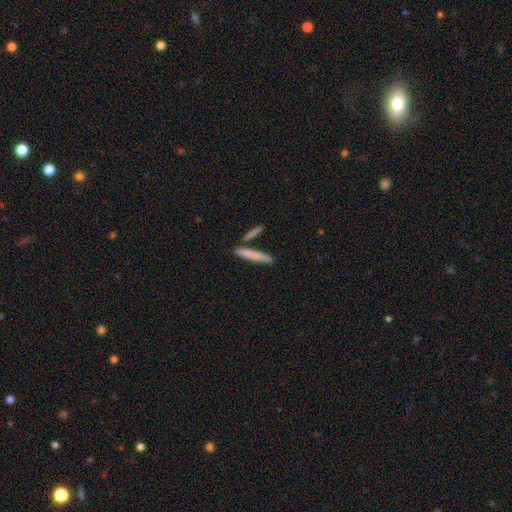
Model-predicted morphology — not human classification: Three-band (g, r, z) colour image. It shows a smooth galaxy with no disk features (72%) that is cigar-shaped (91%). Merging: none (77%).